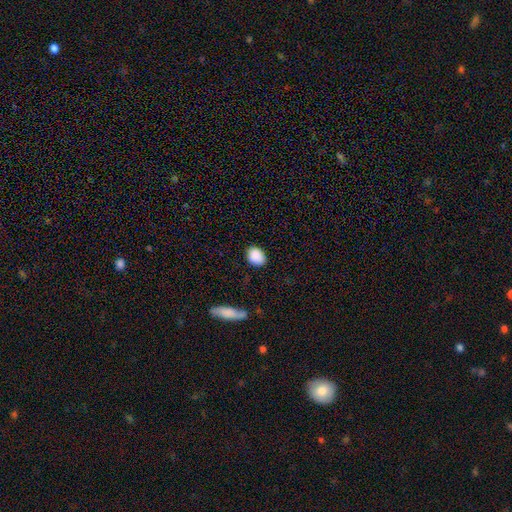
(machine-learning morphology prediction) A smooth galaxy with no disk features (88%) that is in between round and cigar-shaped (60%). Merging: none (81%).